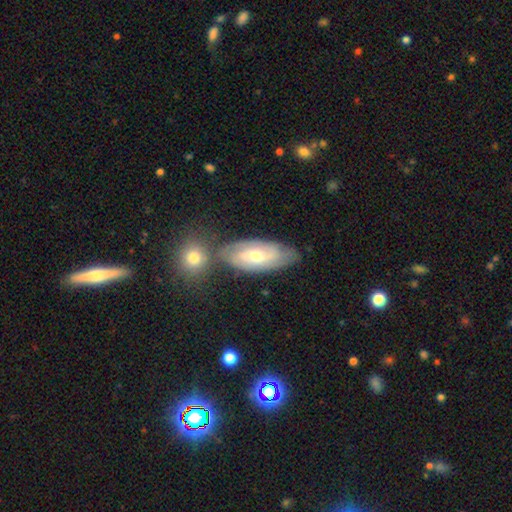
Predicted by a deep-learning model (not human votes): Morphology: type=featured or disk (68%); edge-on=no (90%); bar=no (55%); spiral arms=yes (88%); winding=tight (57%); arm count=2 (41%); bulge=moderate (55%); merging=none (65%).